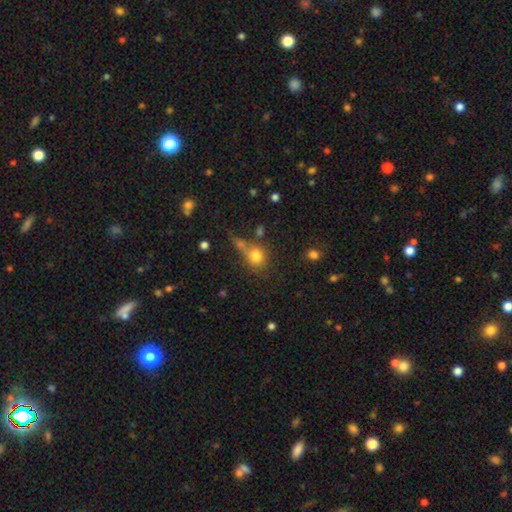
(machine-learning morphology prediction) smooth 78%, star or artifact 12%, featured or disk 10%. Down the decision tree: how rounded — round (76%); merging — none (49%).